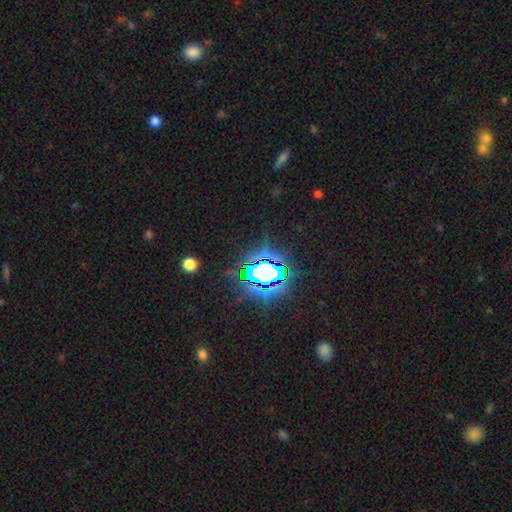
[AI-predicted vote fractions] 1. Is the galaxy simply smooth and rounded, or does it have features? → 81% star or artifact, 11% smooth, 8% featured or disk.